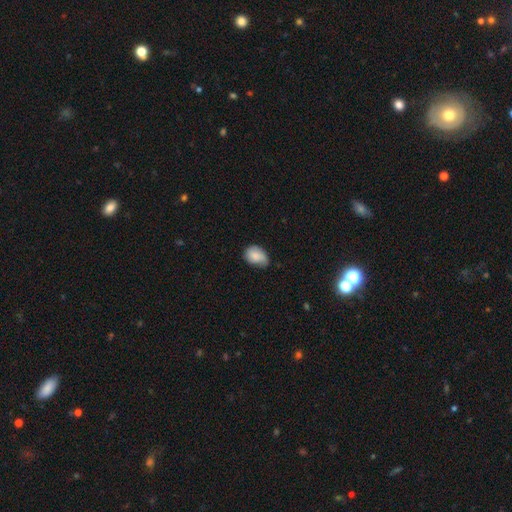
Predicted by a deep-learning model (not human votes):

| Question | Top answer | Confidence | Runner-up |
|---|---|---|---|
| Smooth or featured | smooth | 78% | featured or disk (15%) |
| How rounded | in between | 72% | round (27%) |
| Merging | none | 51% | minor disturbance (38%) |